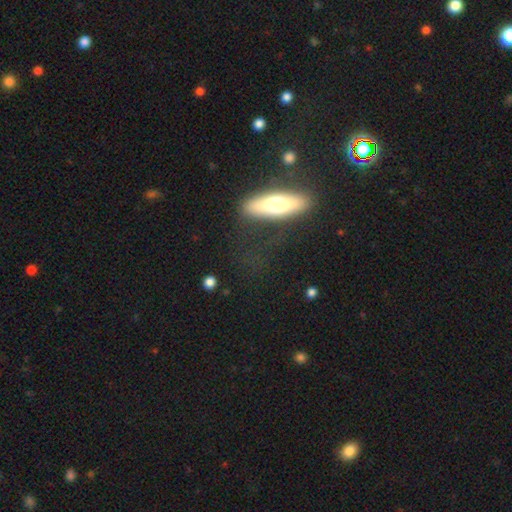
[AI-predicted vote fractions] A smooth galaxy with no disk features (45%). Merging: none (65%).